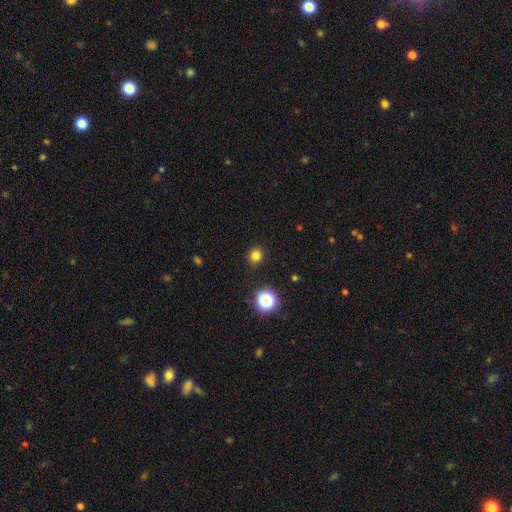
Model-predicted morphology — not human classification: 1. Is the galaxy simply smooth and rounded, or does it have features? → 79% smooth, 16% star or artifact, 5% featured or disk.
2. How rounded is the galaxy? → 88% round, 11% in between, 1% cigar-shaped.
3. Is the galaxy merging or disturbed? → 90% none, 6% minor disturbance, 2% major disturbance, 1% merger.